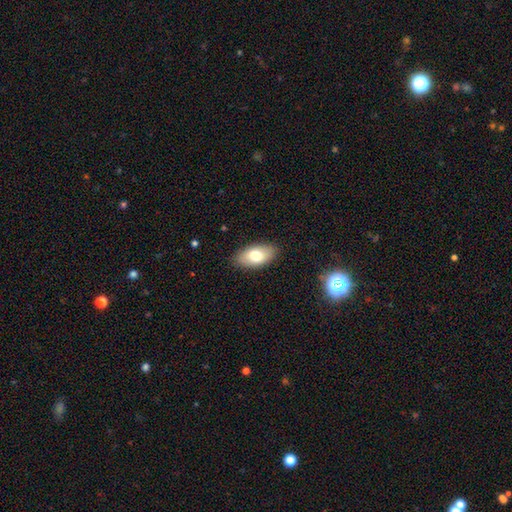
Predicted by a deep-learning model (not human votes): The model was most divided on "smooth or featured": smooth: 75%, featured or disk: 18%, star or artifact: 7%. More confident: how rounded — in between (93%); merging — none (87%).